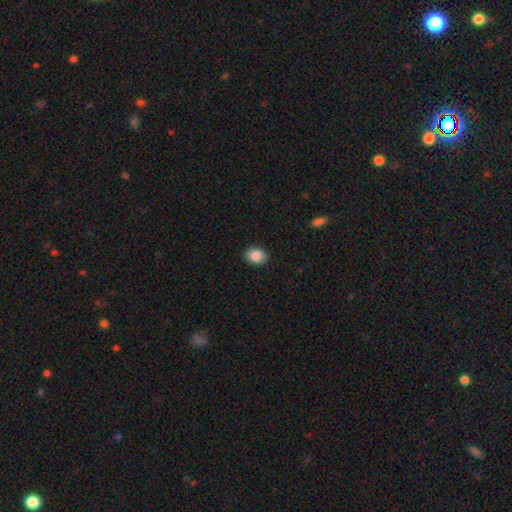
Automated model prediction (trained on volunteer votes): Smooth or featured? smooth (87%)
How rounded? in between (66%)
Merging? none (90%)